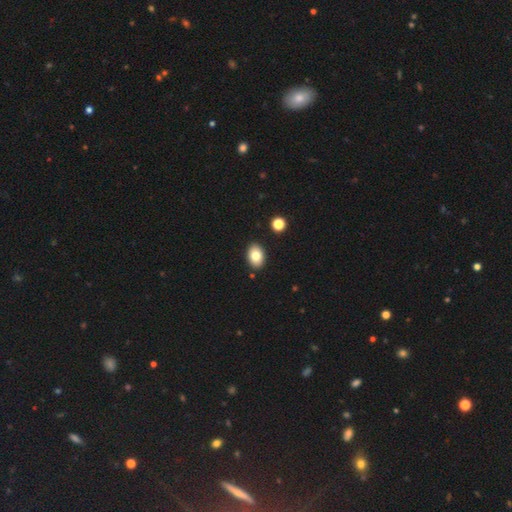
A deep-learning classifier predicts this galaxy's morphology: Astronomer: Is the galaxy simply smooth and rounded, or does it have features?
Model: smooth — 82%.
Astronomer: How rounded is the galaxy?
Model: in between — 82%.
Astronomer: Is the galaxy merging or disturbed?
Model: none — 89%.